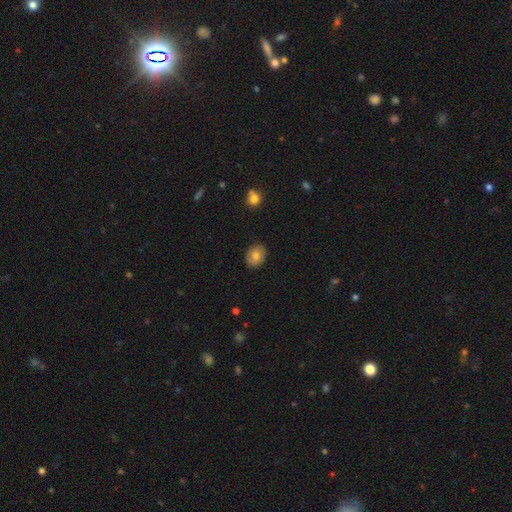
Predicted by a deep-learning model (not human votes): smooth-or-featured: smooth: 69% | featured or disk: 23% | star or artifact: 8%
  how-rounded: in between: 53% | round: 46% | cigar-shaped: 1%
  merging: none: 87% | minor disturbance: 10% | major disturbance: 2% | merger: 1%